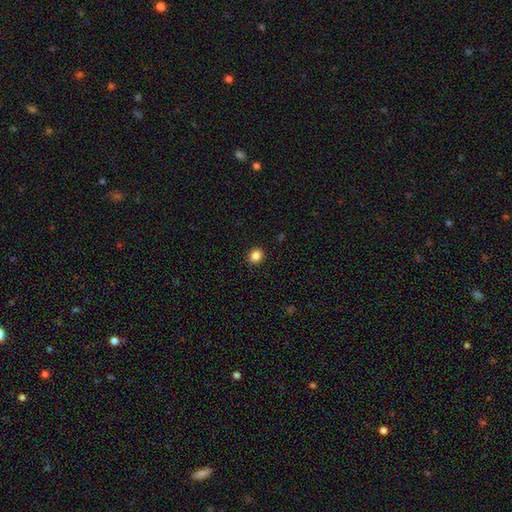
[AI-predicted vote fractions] Smooth or featured? smooth (86%)
How rounded? round (69%)
Merging? none (91%)